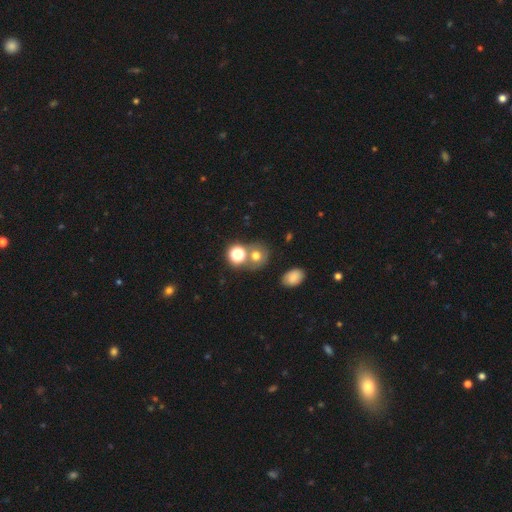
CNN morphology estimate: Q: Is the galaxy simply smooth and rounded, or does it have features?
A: smooth — 66%.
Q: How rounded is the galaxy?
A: round — 75%.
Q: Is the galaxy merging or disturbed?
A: none — 58%.